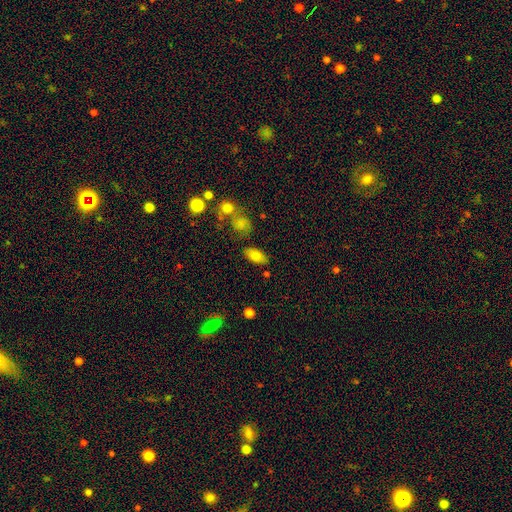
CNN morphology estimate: A smooth galaxy with no disk features (77%) that is in between round and cigar-shaped (90%).

Vote fractions:
- Smooth or featured? smooth: 77% / featured or disk: 14% / star or artifact: 9%
- How rounded? in between: 90% / round: 5% / cigar-shaped: 5%
- Merging? none: 78% / minor disturbance: 13% / merger: 6% / major disturbance: 4%